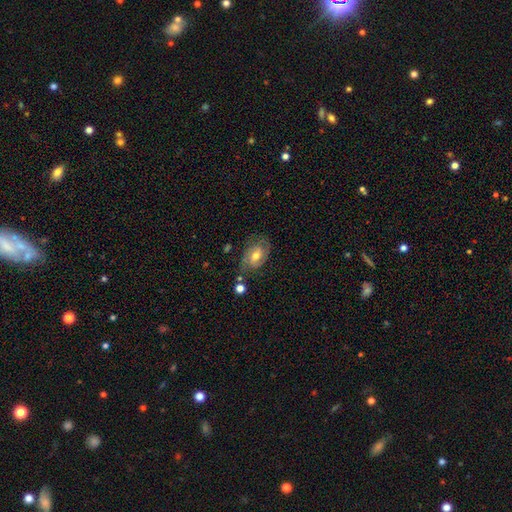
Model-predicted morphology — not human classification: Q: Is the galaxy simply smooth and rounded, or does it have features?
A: featured or disk — 68%.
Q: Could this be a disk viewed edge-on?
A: no — 95%.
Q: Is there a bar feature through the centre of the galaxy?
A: weak — 43%, tied with no.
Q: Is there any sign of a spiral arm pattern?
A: yes — 87%.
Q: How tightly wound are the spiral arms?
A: medium — 42%, tied with tight.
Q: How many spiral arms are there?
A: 2 — 74%.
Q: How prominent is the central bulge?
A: moderate — 69%.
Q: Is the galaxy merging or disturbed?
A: none — 65%.